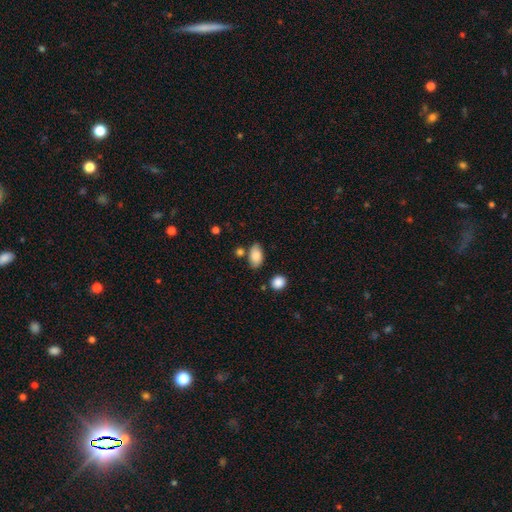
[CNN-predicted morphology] smooth-or-featured: smooth: 85% | star or artifact: 8% | featured or disk: 7%
  how-rounded: in between: 91% | round: 7% | cigar-shaped: 2%
  merging: none: 73% | minor disturbance: 15% | merger: 8% | major disturbance: 4%